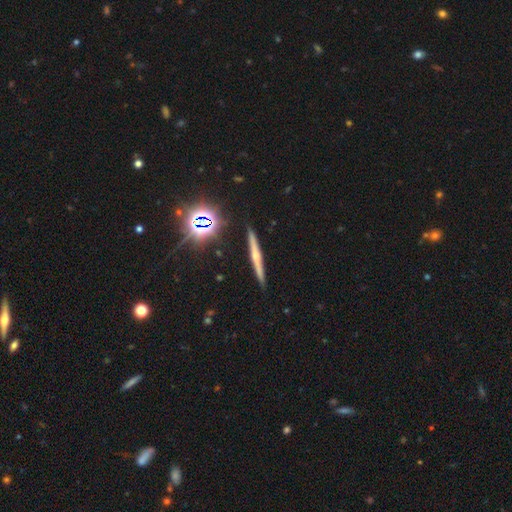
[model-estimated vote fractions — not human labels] featured or disk 60%, smooth 25%, star or artifact 15%. Down the decision tree: edge-on disk — yes (97%); edge-on bulge — rounded (70%); merging — none (91%).